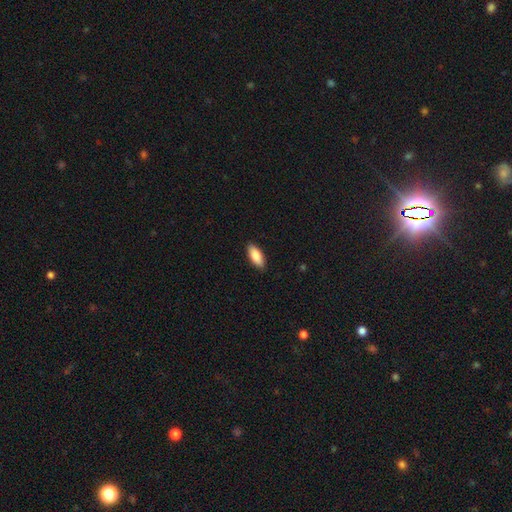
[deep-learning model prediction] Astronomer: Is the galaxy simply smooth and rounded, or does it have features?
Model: smooth — 87%.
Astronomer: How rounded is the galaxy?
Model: in between — 83%.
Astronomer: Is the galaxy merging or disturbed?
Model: none — 89%.